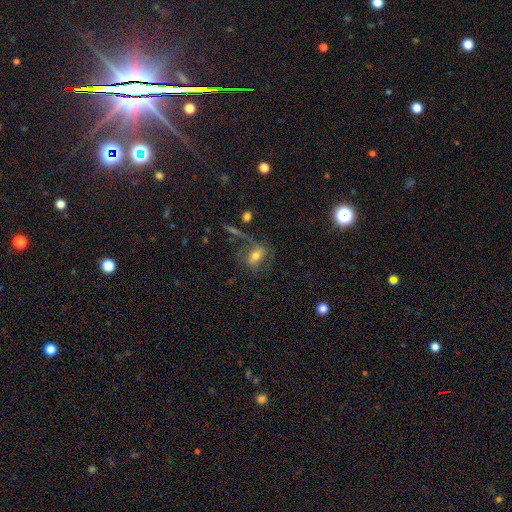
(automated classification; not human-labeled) Overall: smooth (49%; featured or disk 39%). Merging: none (57%; minor disturbance 20%).